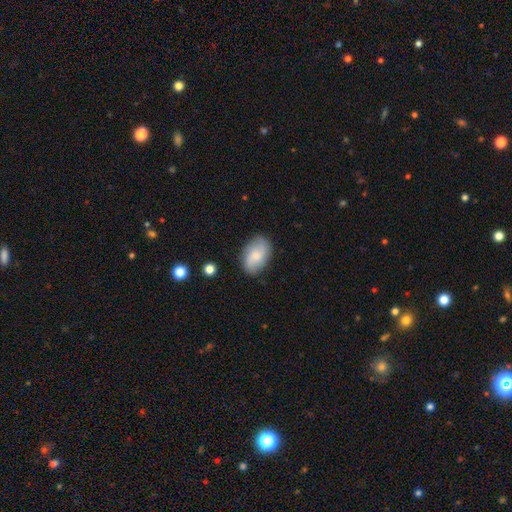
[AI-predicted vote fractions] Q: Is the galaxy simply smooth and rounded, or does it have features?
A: smooth — 59%.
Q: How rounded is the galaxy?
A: in between — 87%.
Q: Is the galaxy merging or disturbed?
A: none — 81%.